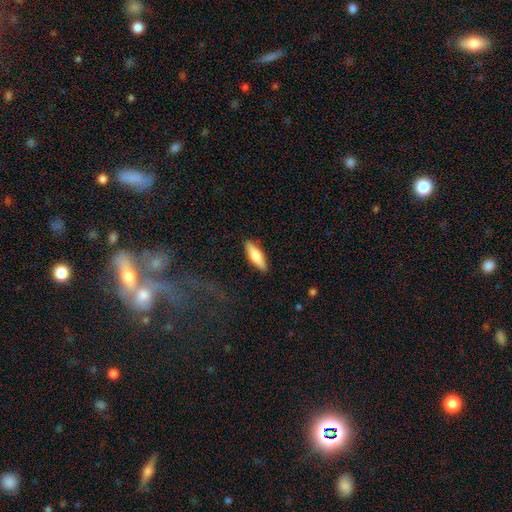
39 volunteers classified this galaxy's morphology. Q: Smooth or featured?
A: smooth (62%); runner-up: featured or disk (38%)
Q: How rounded?
A: cigar-shaped (67%); runner-up: in between (33%)
Q: Merging?
A: none (97%); runner-up: minor disturbance (3%)